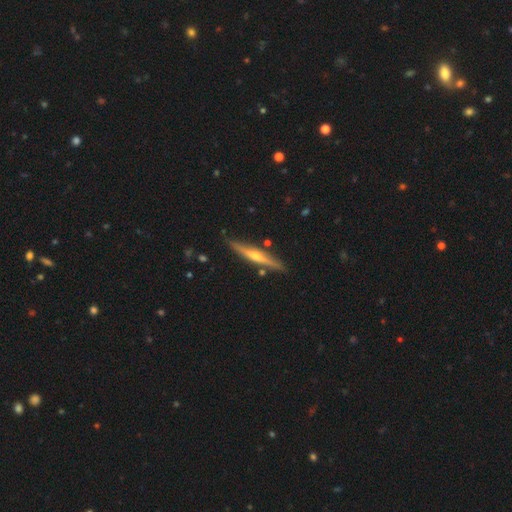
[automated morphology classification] smooth-or-featured: featured or disk: 69% | smooth: 25% | star or artifact: 6%
  disk-edge-on: yes: 96% | no: 4%
    edge-on-bulge: rounded: 82% | none: 13% | boxy: 5%
  merging: none: 84% | minor disturbance: 10% | merger: 3% | major disturbance: 2%